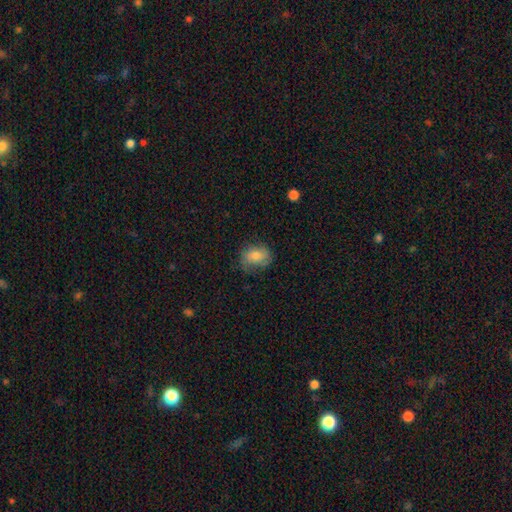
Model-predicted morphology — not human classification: Smooth or featured? Predicted: smooth (p=0.73). How rounded? Predicted: in between (p=0.58). Merging? Predicted: none (p=0.65).